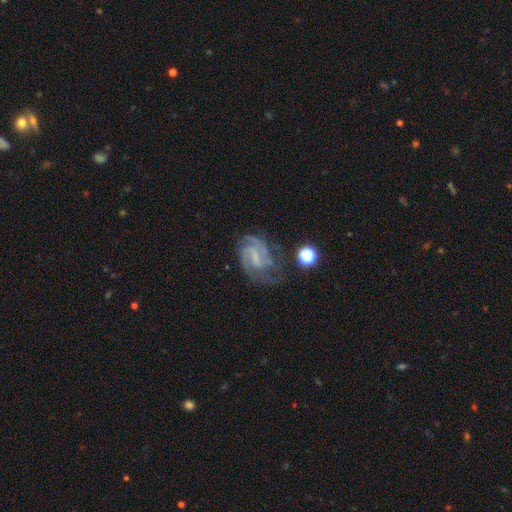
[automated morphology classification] Overall: featured or disk (82%). Edge-on disk: no (98%). Bar: weak (49%; strong 27%). Spiral arms: yes (95%). Spiral arm count: 2 (42%; 3 24%). Spiral winding: medium (44%; tight 43%). Bulge size: none (47%; small 38%). Merging: none (55%; minor disturbance 22%).